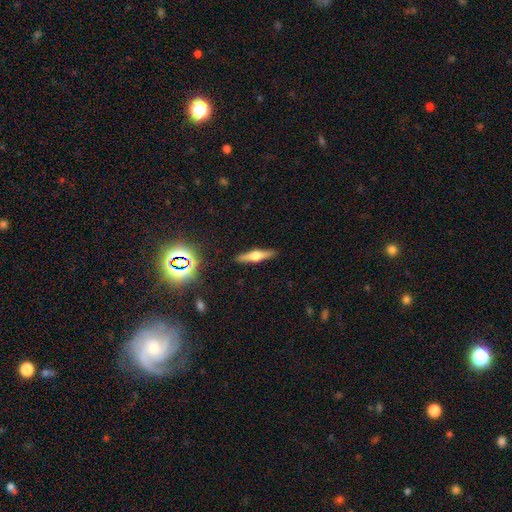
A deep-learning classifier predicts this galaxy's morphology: featured or disk 65%, smooth 27%, star or artifact 8%. Down the decision tree: edge-on disk — yes (96%); edge-on bulge — rounded (93%); merging — none (90%).